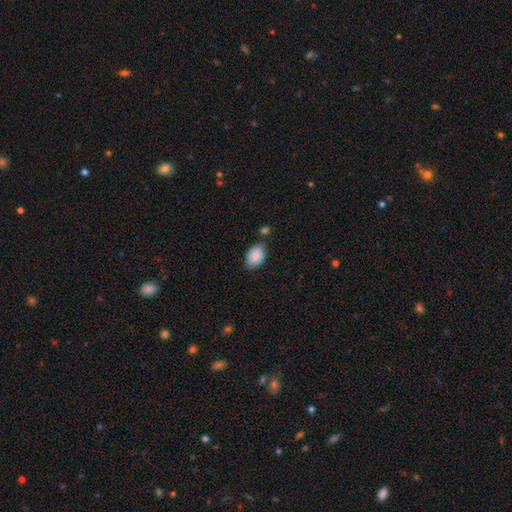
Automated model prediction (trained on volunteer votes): Smooth or featured: smooth — 85% (featured or disk — 8%)
How rounded: in between — 84% (round — 14%)
Merging: none — 68% (minor disturbance — 22%)